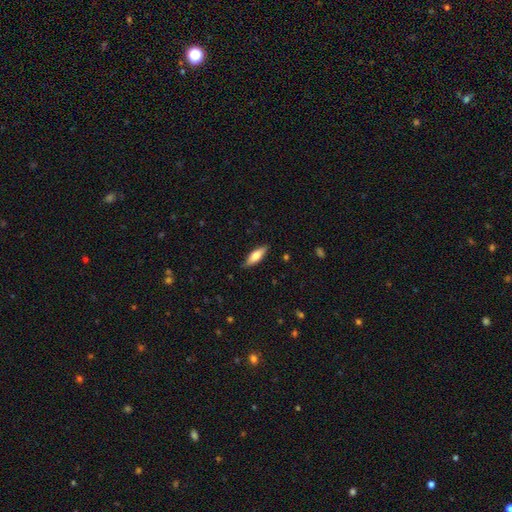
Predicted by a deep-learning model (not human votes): Smooth or featured?
  - smooth: 67% *
  - featured or disk: 27%
  - star or artifact: 6%
How rounded?
  - in between: 50% *
  - cigar-shaped: 48%
  - round: 2%
Merging?
  - none: 85% *
  - minor disturbance: 12%
  - major disturbance: 2%
  - merger: 1%